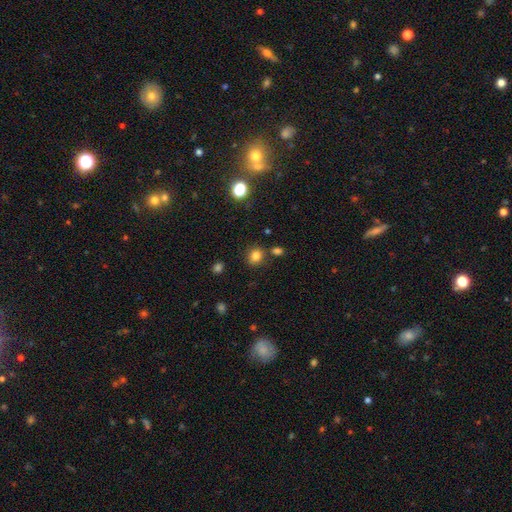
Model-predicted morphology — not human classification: A smooth galaxy with no disk features (81%) that is round (71%). Merging: none (79%).